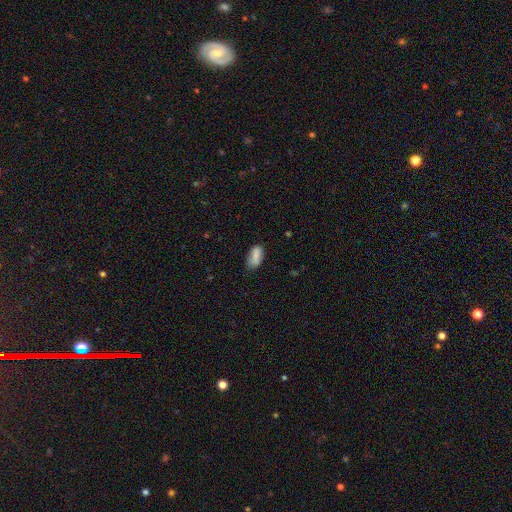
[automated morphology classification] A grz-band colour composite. It shows a smooth galaxy with no disk features (85%) that is in between round and cigar-shaped (88%). Merging: none (71%).